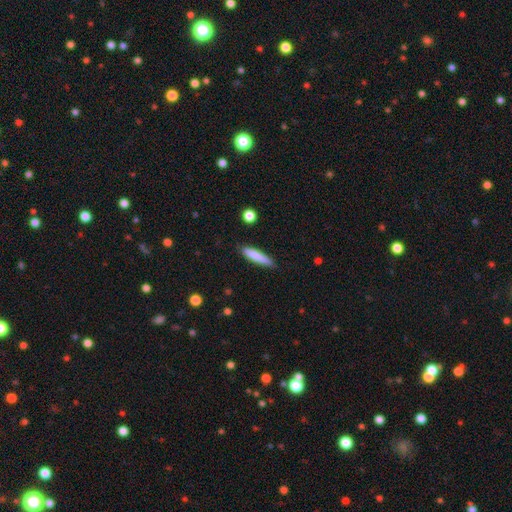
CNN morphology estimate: Smooth or featured? smooth (79%)
How rounded? cigar-shaped (87%)
Merging? none (83%)